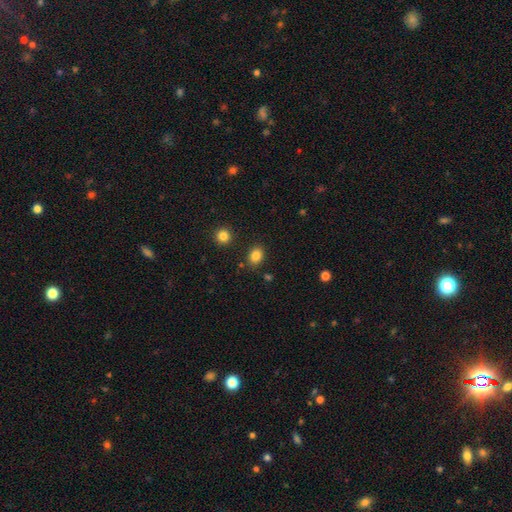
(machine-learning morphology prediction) Smooth or featured: smooth — 84% (star or artifact — 11%)
How rounded: in between — 56% (round — 43%)
Merging: none — 84% (minor disturbance — 9%)